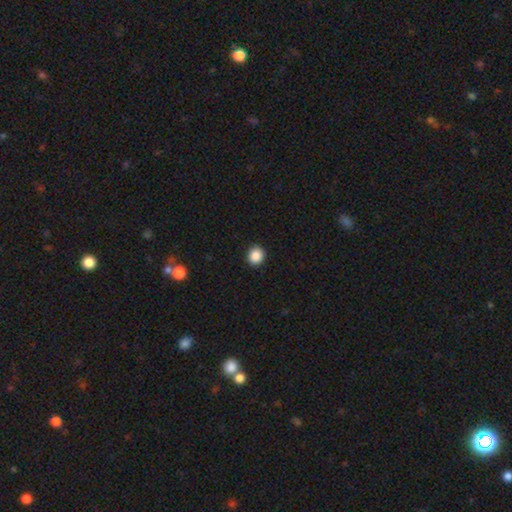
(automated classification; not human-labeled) A smooth galaxy with no disk features (88%) that is round (86%).

Vote fractions:
- Smooth or featured? smooth: 88% / star or artifact: 9% / featured or disk: 3%
- How rounded? round: 86% / in between: 13% / cigar-shaped: 1%
- Merging? none: 93% / minor disturbance: 5% / major disturbance: 2% / merger: 1%